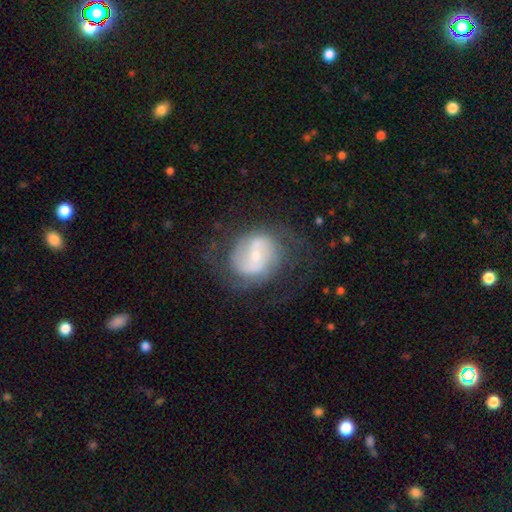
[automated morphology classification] Smooth or featured? Predicted: featured or disk (p=0.72). Edge-on disk? Predicted: no (p=0.97). Bar? Predicted: no (p=0.44). Spiral arms? Predicted: yes (p=0.84). Spiral winding? Predicted: medium (p=0.41). Spiral arm count? Predicted: 2 (p=0.59). Bulge size? Predicted: small (p=0.60). Merging? Predicted: none (p=0.63).